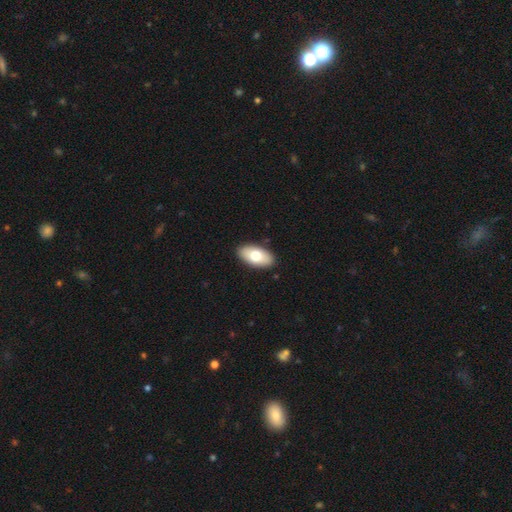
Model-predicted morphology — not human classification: This is likely a smooth galaxy (71%). How rounded: clearly in between (94%). Merging: clearly none (90%).